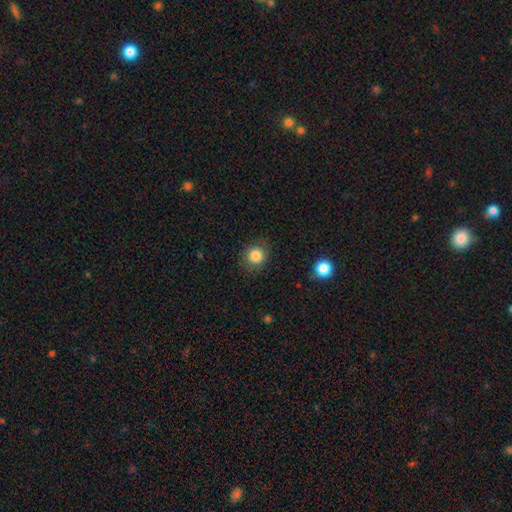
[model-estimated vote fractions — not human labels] smooth-or-featured: smooth: 85% | star or artifact: 11% | featured or disk: 4%
  how-rounded: round: 88% | in between: 11% | cigar-shaped: 1%
  merging: none: 86% | minor disturbance: 9% | major disturbance: 4% | merger: 1%